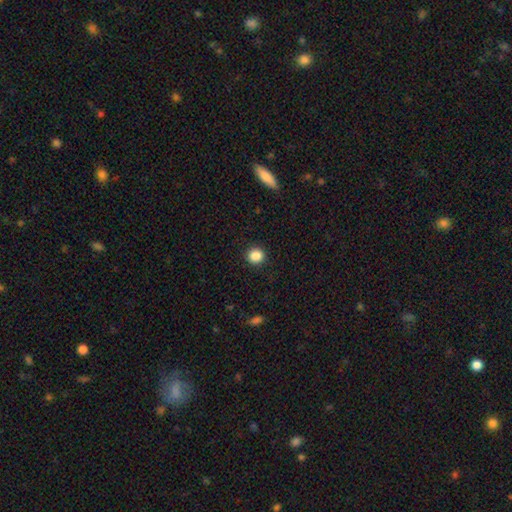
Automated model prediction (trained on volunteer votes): smooth 86%, star or artifact 10%, featured or disk 4%. Down the decision tree: how rounded — round (91%); merging — none (92%).